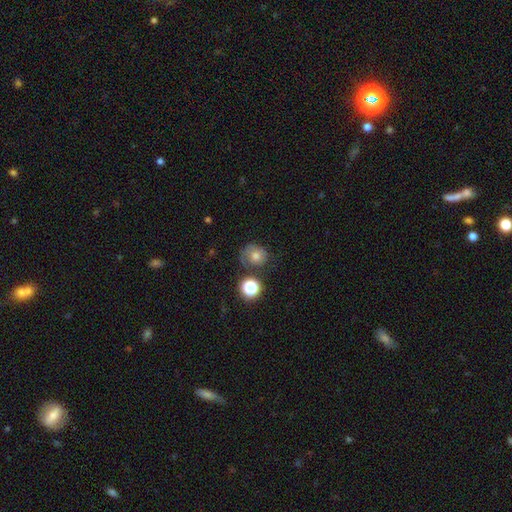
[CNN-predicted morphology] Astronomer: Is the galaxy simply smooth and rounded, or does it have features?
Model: smooth — 68%.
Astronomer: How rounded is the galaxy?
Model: round — 76%.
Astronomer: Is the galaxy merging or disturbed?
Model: none — 56%.